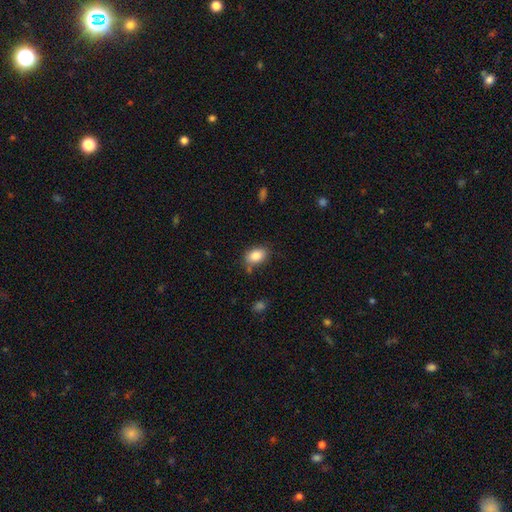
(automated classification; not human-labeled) smooth-or-featured: smooth: 85% | star or artifact: 8% | featured or disk: 7%
  how-rounded: in between: 85% | round: 14% | cigar-shaped: 1%
  merging: none: 73% | minor disturbance: 18% | merger: 5% | major disturbance: 4%